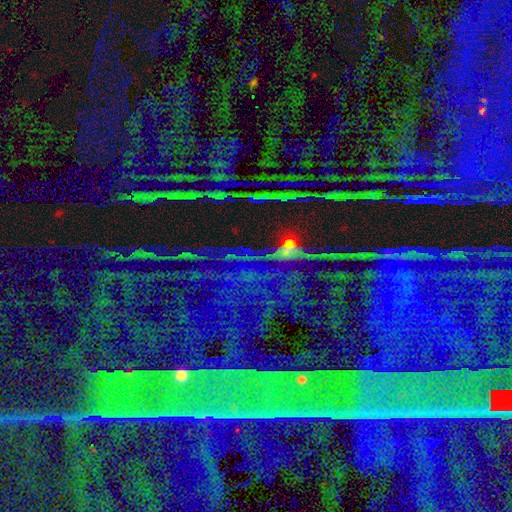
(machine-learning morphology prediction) A star or artifact, not a galaxy (87%).